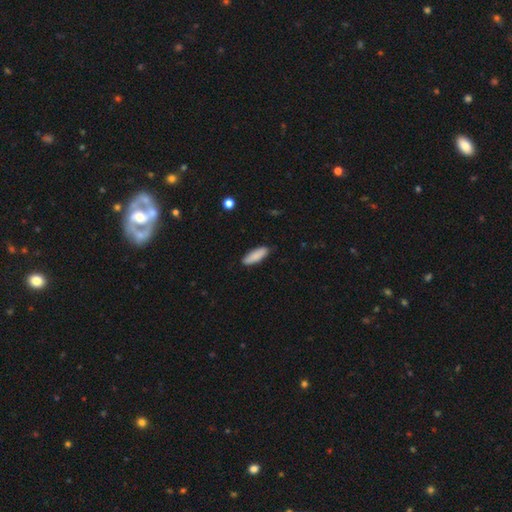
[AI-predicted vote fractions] This appears to be a smooth galaxy with no disk features (87%) that is in between round and cigar-shaped (53%). Merging: none (86%).